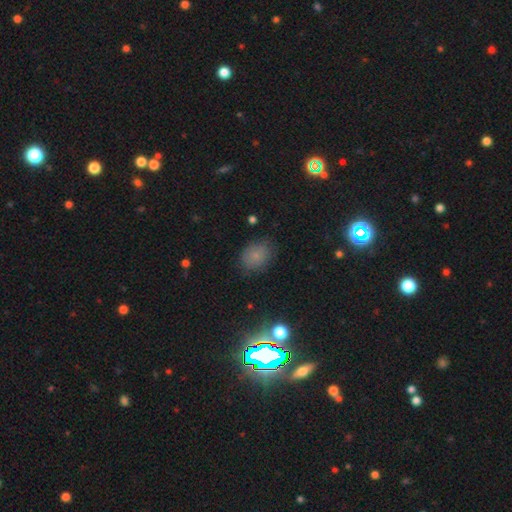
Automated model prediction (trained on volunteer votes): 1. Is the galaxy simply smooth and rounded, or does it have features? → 71% smooth, 19% star or artifact, 9% featured or disk.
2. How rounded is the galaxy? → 61% in between, 37% round, 1% cigar-shaped.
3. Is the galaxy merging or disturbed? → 79% none, 15% minor disturbance, 5% major disturbance, 2% merger.